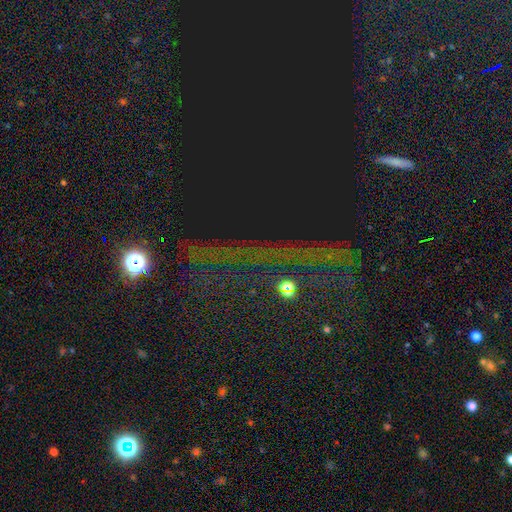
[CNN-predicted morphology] star or artifact 75%, smooth 14%, featured or disk 11%.